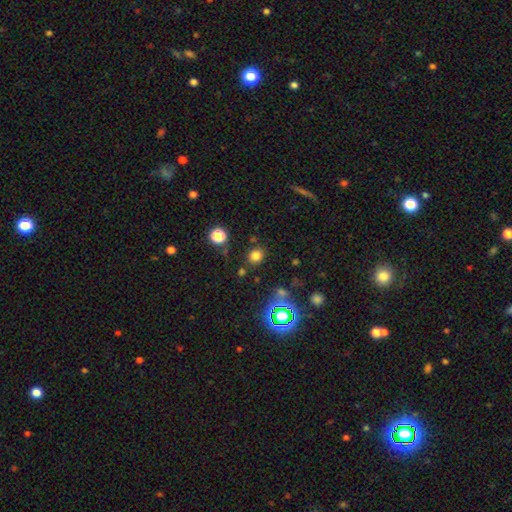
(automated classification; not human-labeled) The model was most divided on "smooth or featured": smooth: 74%, star or artifact: 20%, featured or disk: 6%. More confident: merging — none (81%); how rounded — round (77%).